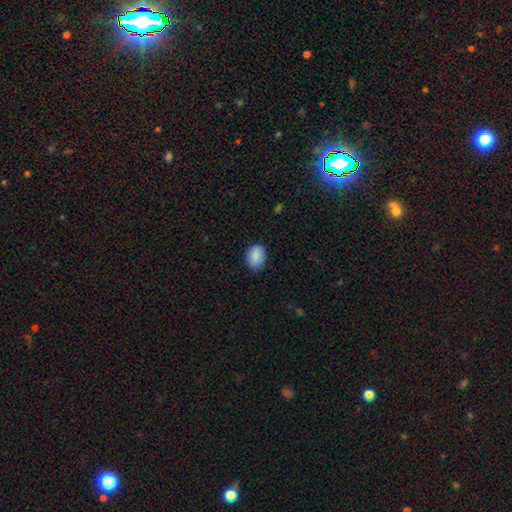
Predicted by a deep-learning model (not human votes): smooth 88%, star or artifact 7%, featured or disk 5%. Down the decision tree: how rounded — in between (75%); merging — none (80%).